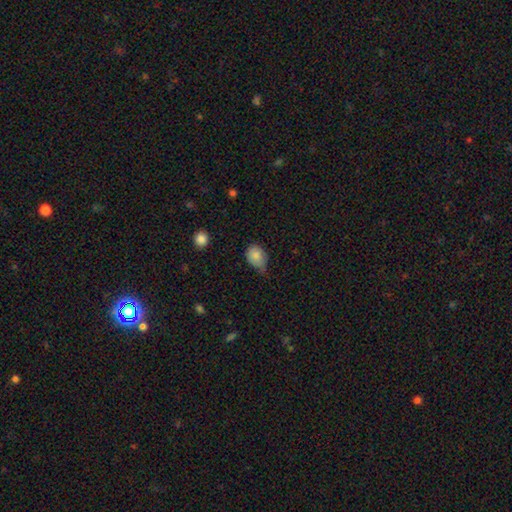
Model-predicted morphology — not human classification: Smooth or featured?
  - smooth: 83% *
  - star or artifact: 9%
  - featured or disk: 8%
How rounded?
  - in between: 59% *
  - round: 40%
  - cigar-shaped: 1%
Merging?
  - minor disturbance: 48% *
  - none: 38%
  - major disturbance: 12%
  - merger: 2%